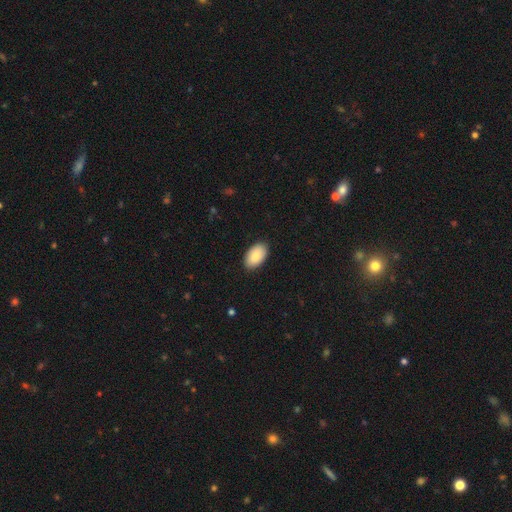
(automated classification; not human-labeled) This appears to be a smooth galaxy with no disk features (87%) that is in between round and cigar-shaped (95%). Merging: none (88%).